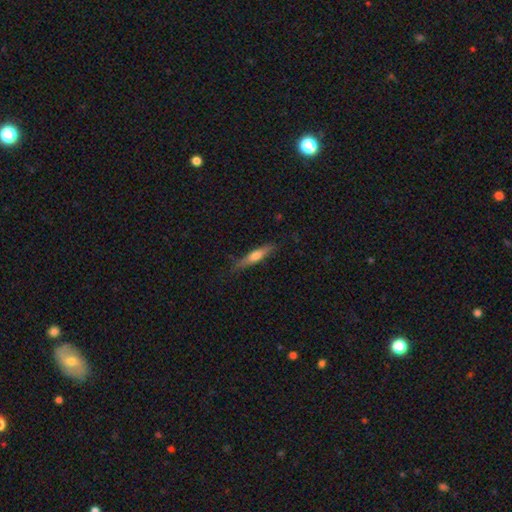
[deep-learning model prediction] smooth 54%, featured or disk 40%, star or artifact 6%. Down the decision tree: how rounded — cigar-shaped (85%); merging — none (78%).